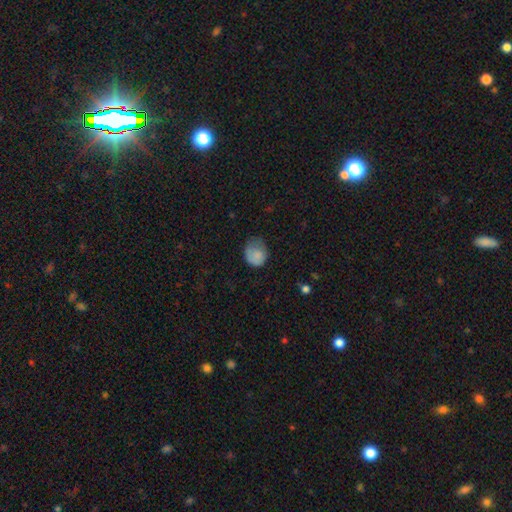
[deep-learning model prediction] The model was most divided on "merging": none: 39%, minor disturbance: 38%, major disturbance: 22%, merger: 2%. More confident: smooth or featured — smooth (80%); how rounded — round (62%).